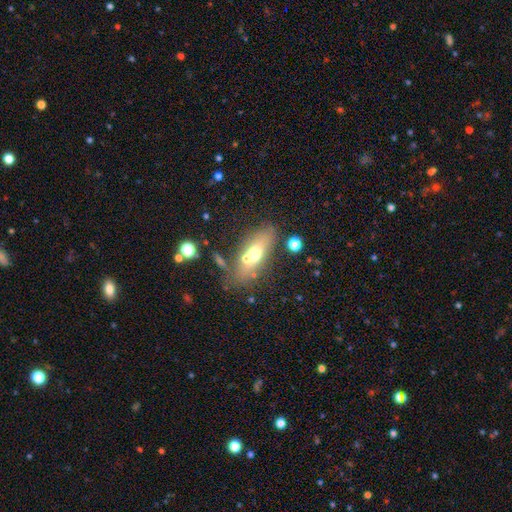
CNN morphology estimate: type=smooth (56%); roundness=in between (67%); merging=none (63%).